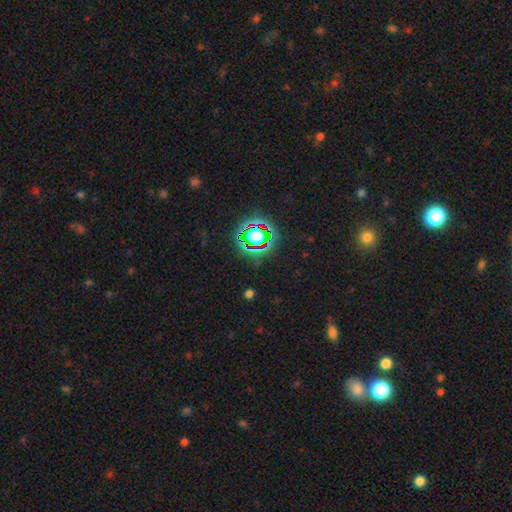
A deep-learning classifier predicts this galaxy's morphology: Overall: star or artifact (78%).